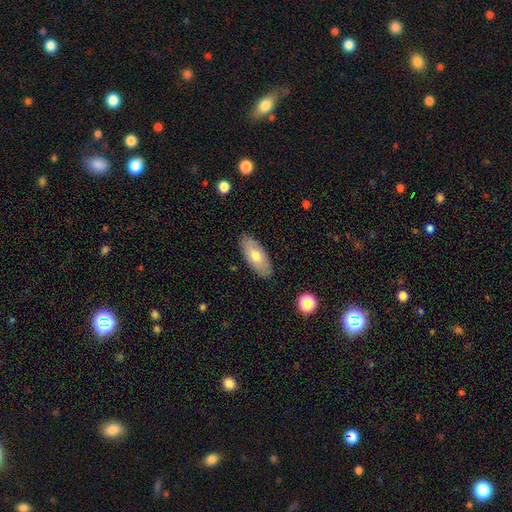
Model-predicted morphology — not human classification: smooth_or_featured: smooth (p=0.68) [alt: featured or disk p=0.26]
how_rounded: in between (p=0.85) [alt: cigar-shaped p=0.13]
merging: none (p=0.87) [alt: minor disturbance p=0.10]